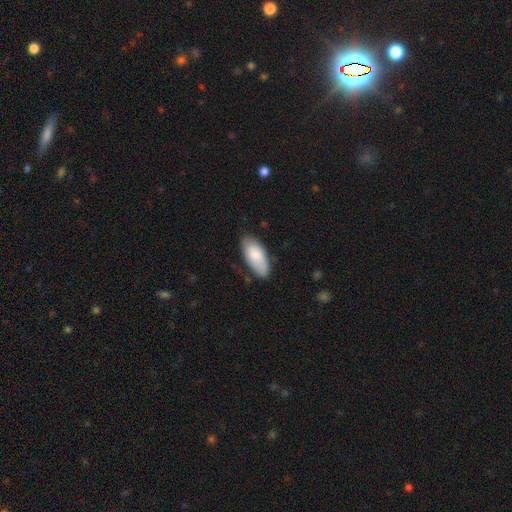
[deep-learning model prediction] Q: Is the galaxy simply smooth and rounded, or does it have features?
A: smooth — 81%.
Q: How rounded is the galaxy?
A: in between — 90%.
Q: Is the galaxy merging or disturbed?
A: none — 75%.